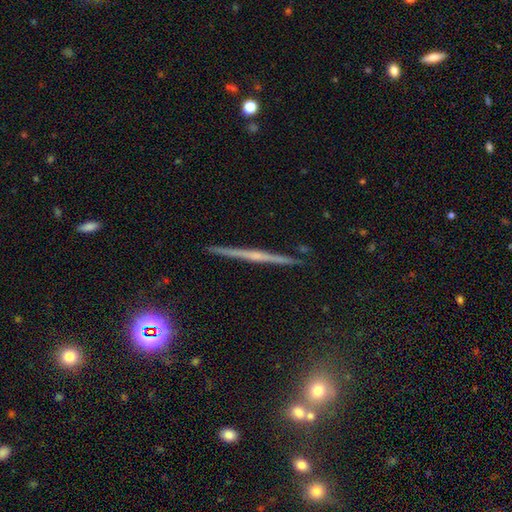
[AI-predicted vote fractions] featured or disk 73%, smooth 16%, star or artifact 10%. Down the decision tree: edge-on disk — yes (98%); edge-on bulge — none (47%); merging — none (91%).